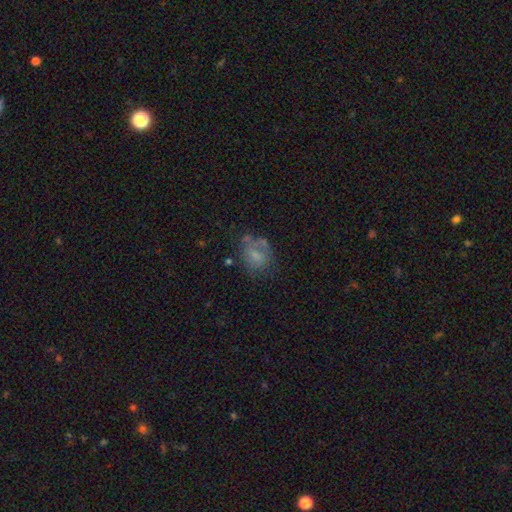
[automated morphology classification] smooth 59%, featured or disk 30%, star or artifact 11%. Down the decision tree: how rounded — in between (55%); merging — none (46%).